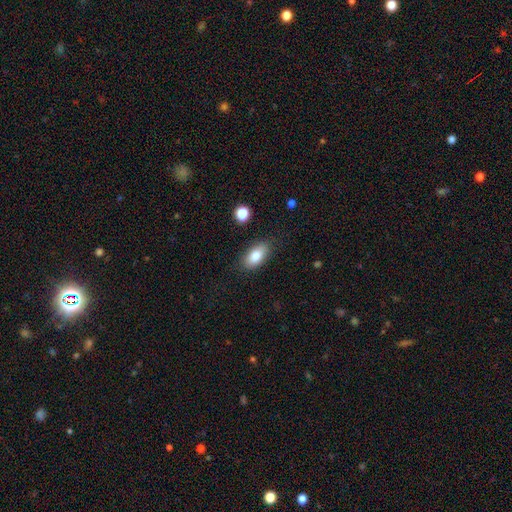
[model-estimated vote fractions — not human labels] Smooth or featured?
  - smooth: 82% *
  - featured or disk: 10%
  - star or artifact: 8%
How rounded?
  - in between: 90% *
  - cigar-shaped: 5%
  - round: 5%
Merging?
  - none: 83% *
  - minor disturbance: 12%
  - major disturbance: 3%
  - merger: 2%